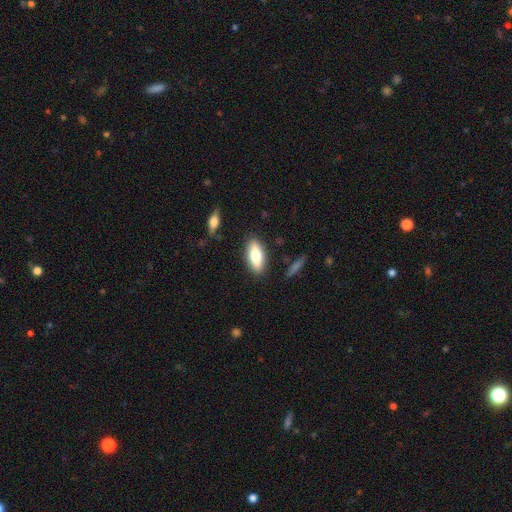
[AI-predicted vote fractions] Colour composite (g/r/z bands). It shows a smooth galaxy with no disk features (73%) that is in between round and cigar-shaped (75%). Merging: none (85%).